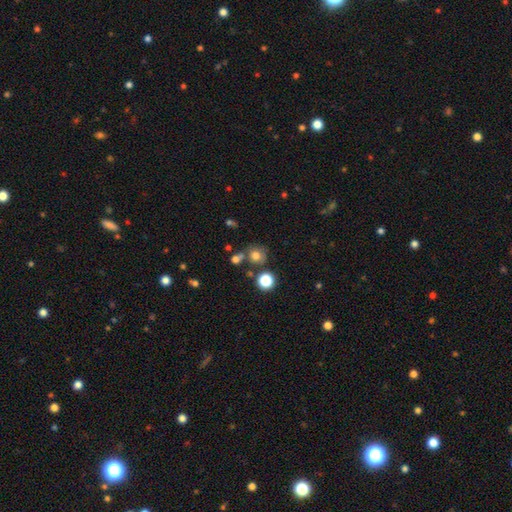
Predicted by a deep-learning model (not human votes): Smooth or featured: smooth — 74% (star or artifact — 16%)
How rounded: round — 86% (in between — 13%)
Merging: none — 65% (merger — 17%)